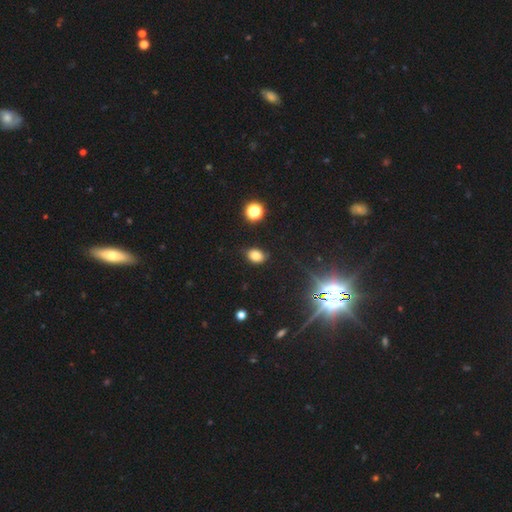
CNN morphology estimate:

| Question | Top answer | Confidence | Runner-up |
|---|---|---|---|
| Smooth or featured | smooth | 77% | star or artifact (16%) |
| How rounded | in between | 69% | round (30%) |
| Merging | none | 83% | minor disturbance (13%) |